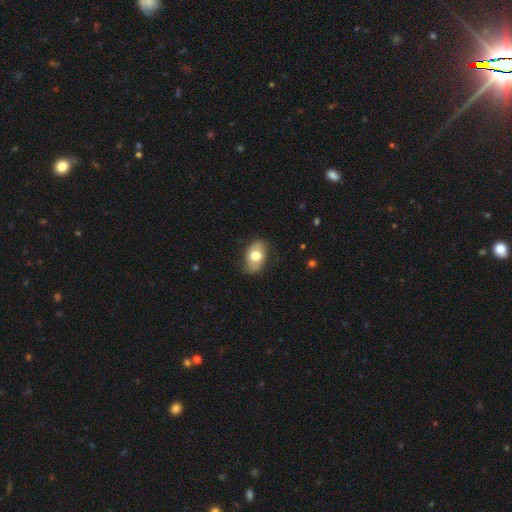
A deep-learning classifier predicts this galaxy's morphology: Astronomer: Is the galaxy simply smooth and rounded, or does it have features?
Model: smooth — 68%.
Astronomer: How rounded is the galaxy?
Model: in between — 89%.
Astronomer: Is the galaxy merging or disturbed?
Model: none — 80%.